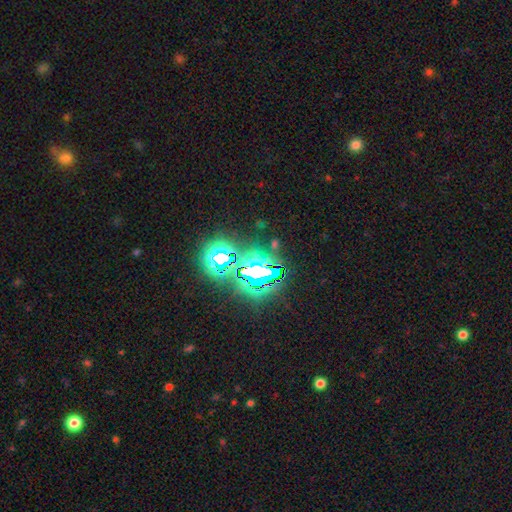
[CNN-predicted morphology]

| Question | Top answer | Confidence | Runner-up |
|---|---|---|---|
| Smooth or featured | star or artifact | 79% | smooth (12%) |